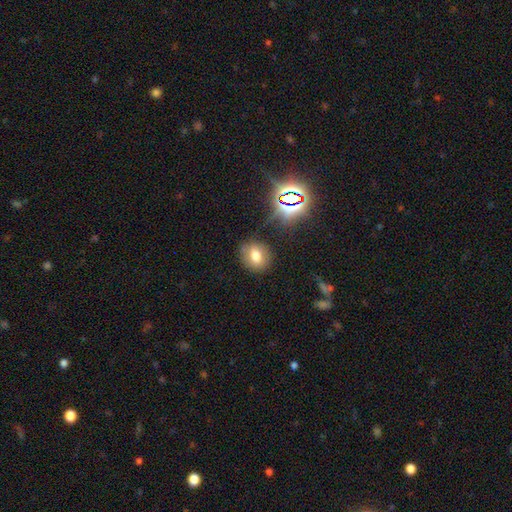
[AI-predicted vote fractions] smooth 67%, star or artifact 17%, featured or disk 15%. Down the decision tree: how rounded — round (59%); merging — none (82%).